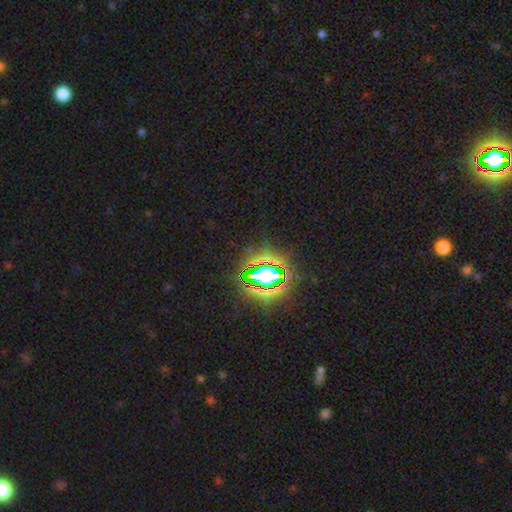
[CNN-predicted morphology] Smooth or featured? Predicted: star or artifact (p=0.81).